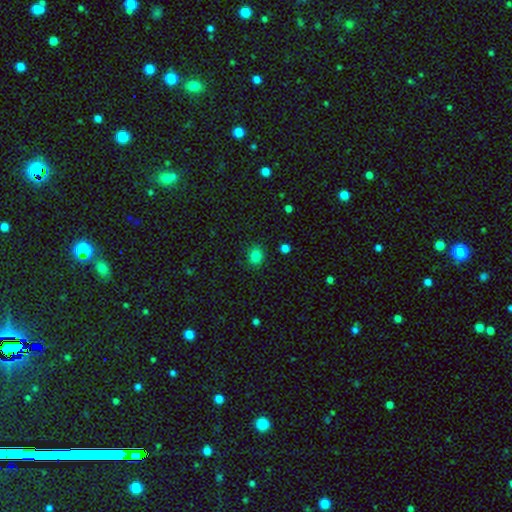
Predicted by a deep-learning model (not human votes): Smooth or featured? smooth (83%)
How rounded? round (64%)
Merging? none (87%)